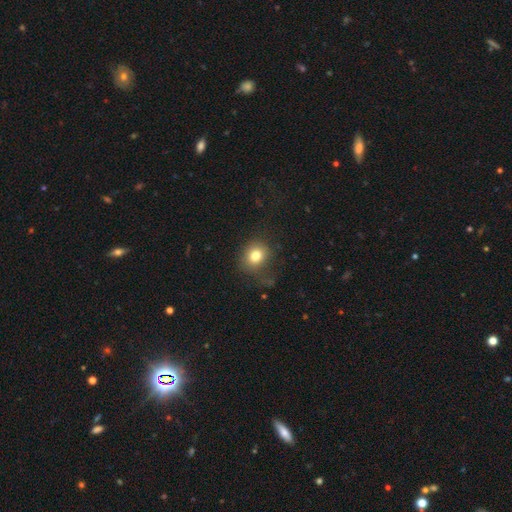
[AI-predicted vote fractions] smooth-or-featured: smooth: 80% | star or artifact: 12% | featured or disk: 9%
  how-rounded: round: 66% | in between: 33% | cigar-shaped: 1%
  merging: none: 72% | minor disturbance: 17% | major disturbance: 9% | merger: 2%